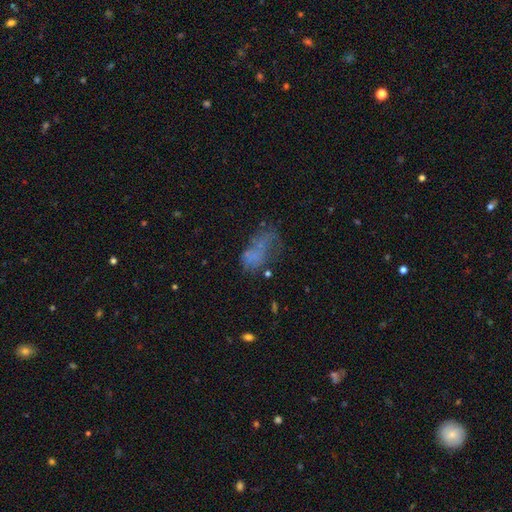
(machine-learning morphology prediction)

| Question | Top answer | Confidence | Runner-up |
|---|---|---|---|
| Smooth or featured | smooth | 49% | featured or disk (32%) |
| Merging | major disturbance | 38% | none (30%) |